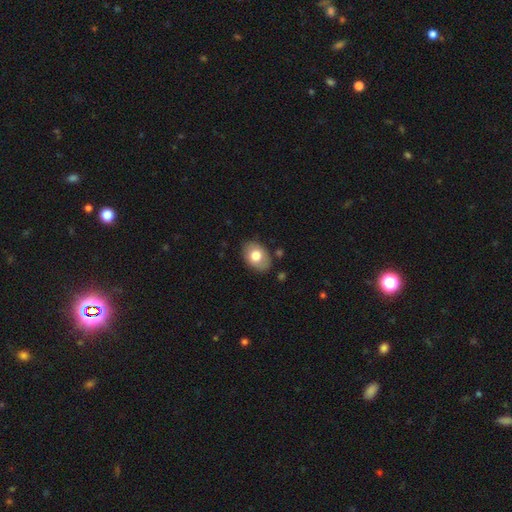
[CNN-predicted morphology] smooth-or-featured: smooth: 74% | featured or disk: 19% | star or artifact: 7%
  how-rounded: in between: 80% | round: 19% | cigar-shaped: 1%
  merging: none: 82% | minor disturbance: 13% | major disturbance: 3% | merger: 2%